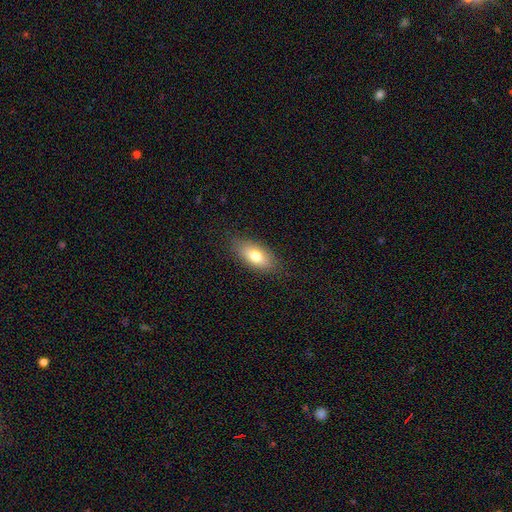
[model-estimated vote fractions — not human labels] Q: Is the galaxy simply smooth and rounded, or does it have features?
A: smooth — 75%.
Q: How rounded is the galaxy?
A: in between — 86%.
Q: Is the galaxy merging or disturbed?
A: none — 85%.